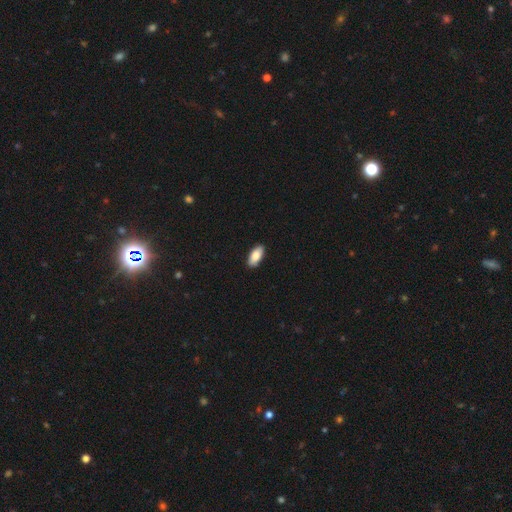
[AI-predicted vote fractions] A smooth galaxy with no disk features (86%) that is in between round and cigar-shaped (89%).

Vote fractions:
- Smooth or featured? smooth: 86% / featured or disk: 8% / star or artifact: 6%
- How rounded? in between: 89% / cigar-shaped: 9% / round: 2%
- Merging? none: 90% / minor disturbance: 8% / major disturbance: 2% / merger: 1%